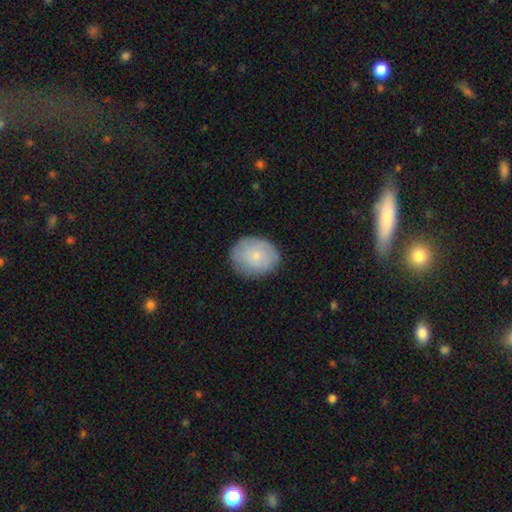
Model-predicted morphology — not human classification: Smooth or featured?
  - smooth: 71% *
  - featured or disk: 22%
  - star or artifact: 7%
How rounded?
  - round: 55% *
  - in between: 44%
  - cigar-shaped: 1%
Merging?
  - none: 82% *
  - minor disturbance: 14%
  - major disturbance: 3%
  - merger: 1%